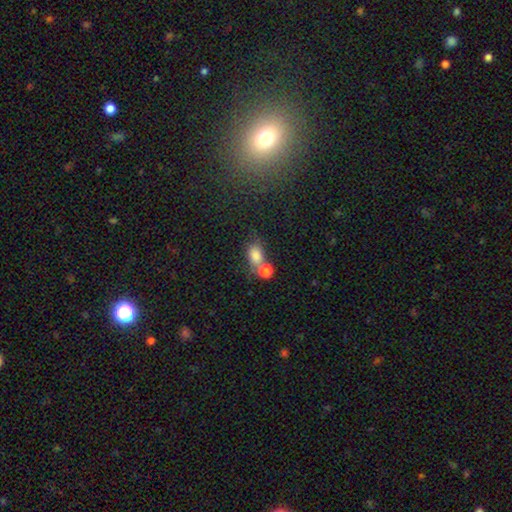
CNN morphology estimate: The model was most divided on "merging": none: 41%, merger: 38%, minor disturbance: 13%, major disturbance: 7%. More confident: smooth or featured — smooth (78%); how rounded — in between (68%).